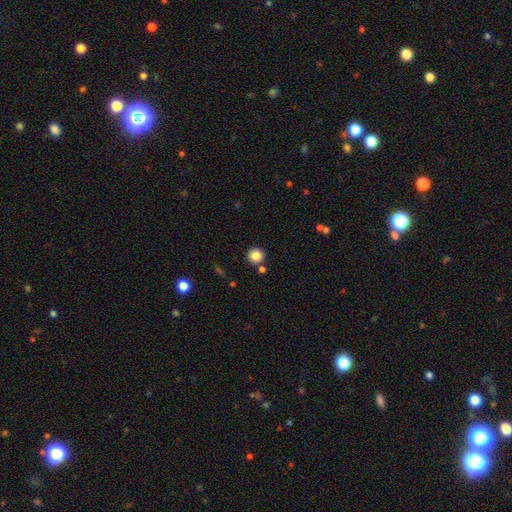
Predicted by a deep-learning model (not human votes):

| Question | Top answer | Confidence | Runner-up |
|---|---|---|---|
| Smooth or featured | smooth | 85% | star or artifact (10%) |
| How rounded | round | 94% | in between (5%) |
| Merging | none | 83% | merger (8%) |